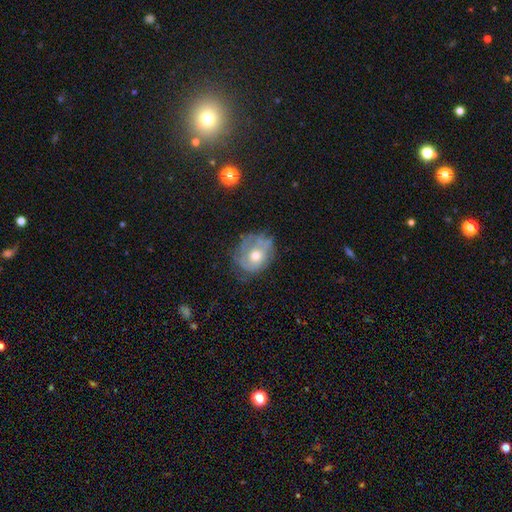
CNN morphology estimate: This is possibly a featured or disk galaxy (48%). Merging: possibly none (53%).